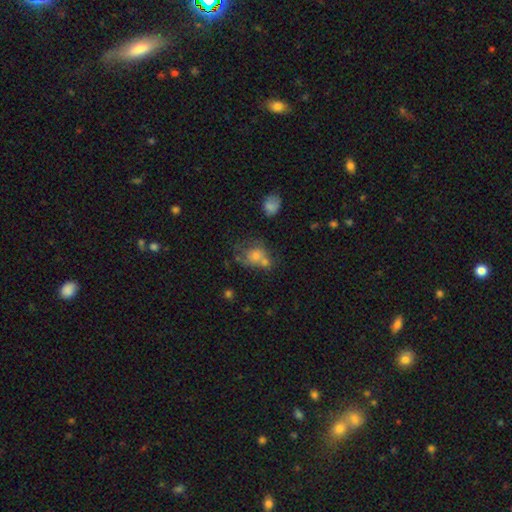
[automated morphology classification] type=smooth (66%); roundness=round (61%); merging=merger (36%).